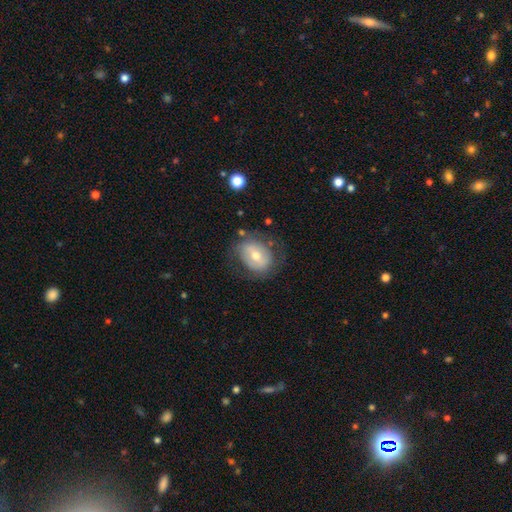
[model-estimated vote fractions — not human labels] smooth_or_featured: smooth (p=0.50) [alt: featured or disk p=0.42]
how_rounded: in between (p=0.50) [alt: round p=0.49]
merging: none (p=0.64) [alt: minor disturbance p=0.21]